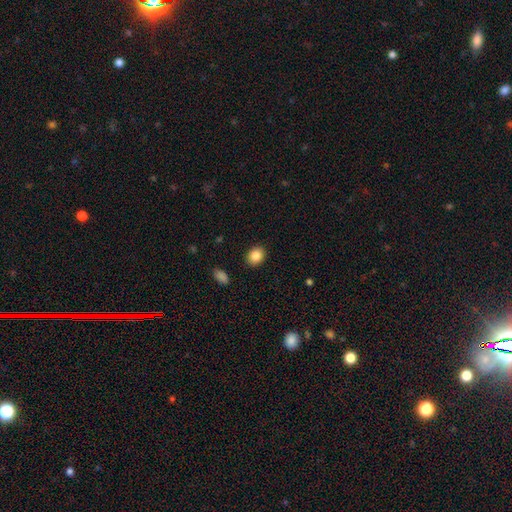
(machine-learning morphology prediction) type=smooth (85%); roundness=round (52%); merging=none (90%).